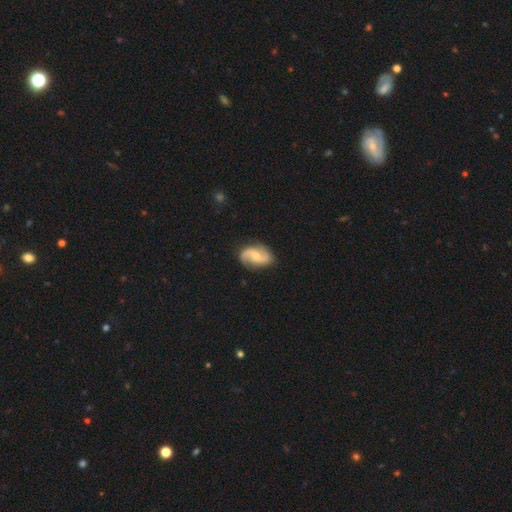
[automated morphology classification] This appears to be a featured or disk galaxy (81%) with no bar (45%), 2 (93%) loose (54%) spiral arms (96%) and a moderate central bulge (49%). Merging: none (82%).